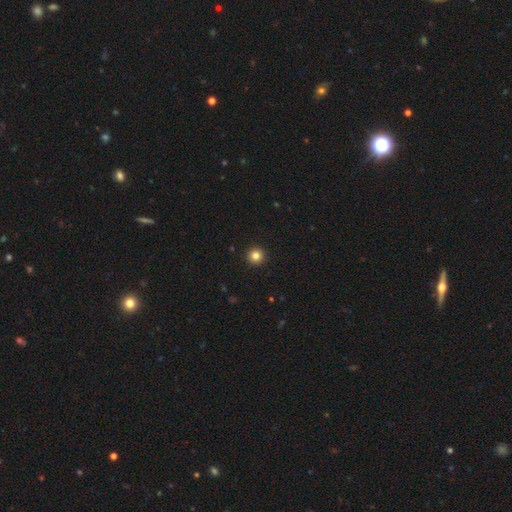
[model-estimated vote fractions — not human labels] Smooth or featured? Predicted: smooth (p=0.83). How rounded? Predicted: round (p=0.96). Merging? Predicted: none (p=0.94).